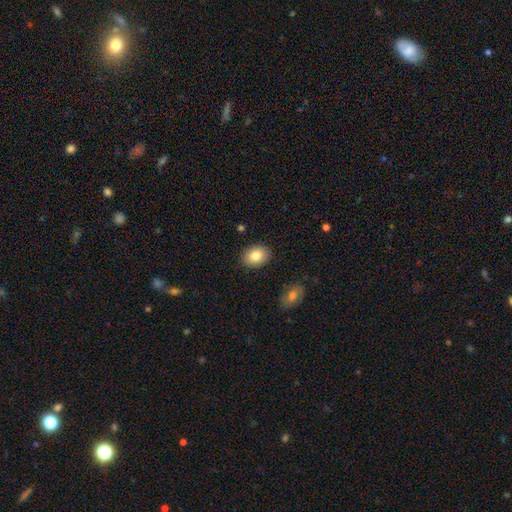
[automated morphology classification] This is clearly a smooth galaxy (83%). How rounded: likely in between (74%). Merging: clearly none (87%).